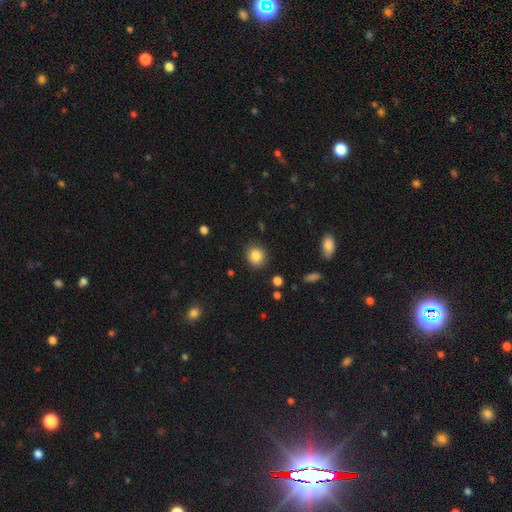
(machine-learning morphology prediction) This appears to be a smooth galaxy with no disk features (86%) that is round (81%). Merging: none (89%).